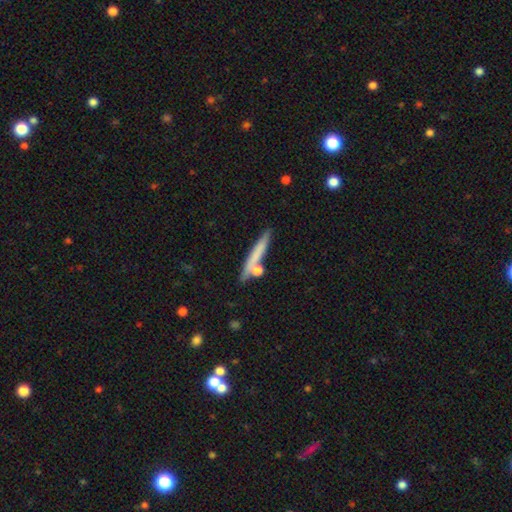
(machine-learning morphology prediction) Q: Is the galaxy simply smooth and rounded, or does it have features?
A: smooth — 62%.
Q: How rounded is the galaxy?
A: cigar-shaped — 91%.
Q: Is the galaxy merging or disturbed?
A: none — 74%.